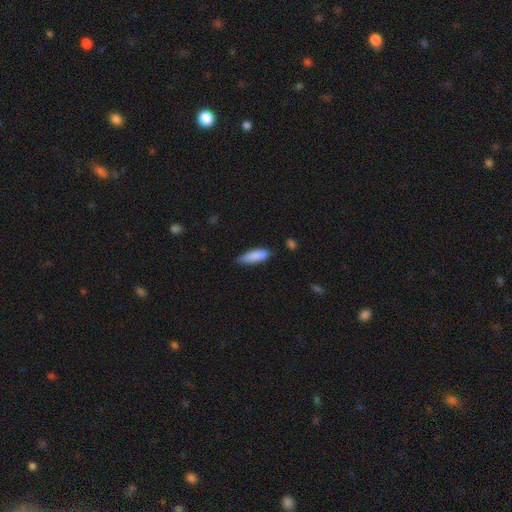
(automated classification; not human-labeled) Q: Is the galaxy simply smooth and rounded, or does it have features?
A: smooth — 87%.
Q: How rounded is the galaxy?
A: in between — 50%.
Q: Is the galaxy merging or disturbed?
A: none — 71%.